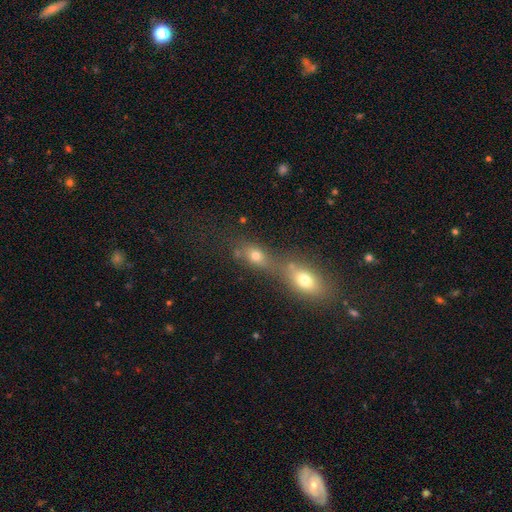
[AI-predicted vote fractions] This appears to be a smooth galaxy with no disk features (69%) that is in between round and cigar-shaped (60%). Merging: merger (56%).